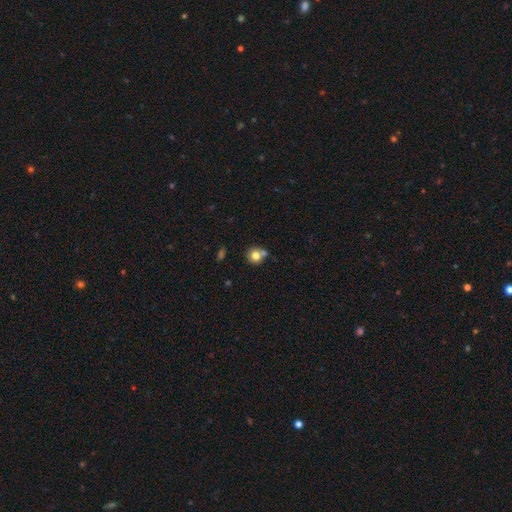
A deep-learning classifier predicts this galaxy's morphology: A smooth galaxy with no disk features (77%) that is round (88%).

Vote fractions:
- Smooth or featured? smooth: 77% / featured or disk: 12% / star or artifact: 11%
- How rounded? round: 88% / in between: 11% / cigar-shaped: 1%
- Merging? none: 59% / merger: 25% / minor disturbance: 12% / major disturbance: 4%